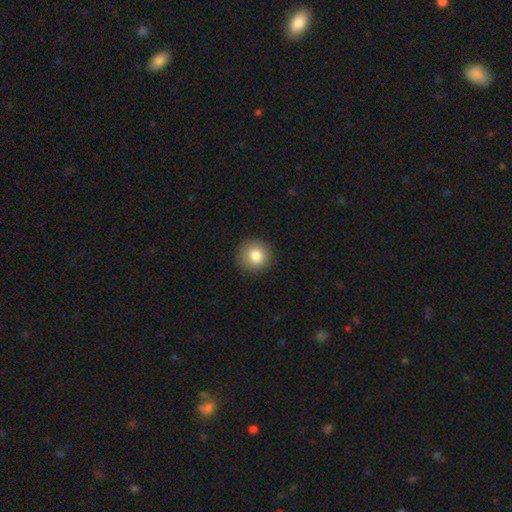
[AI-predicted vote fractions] This appears to be a smooth galaxy with no disk features (82%) that is round (92%). Merging: none (91%).